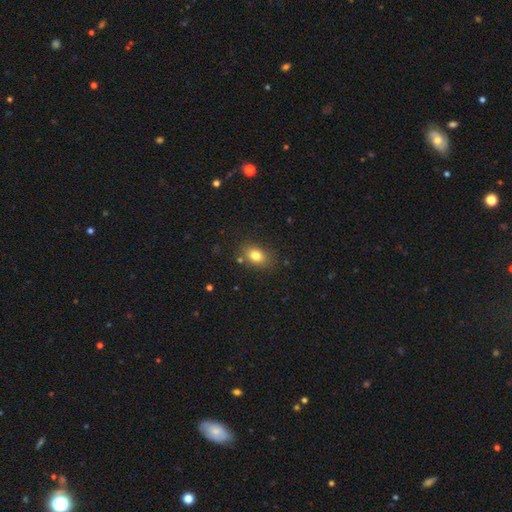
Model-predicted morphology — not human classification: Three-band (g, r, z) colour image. It shows a smooth galaxy with no disk features (80%) that is in between round and cigar-shaped (71%). Merging: none (80%).